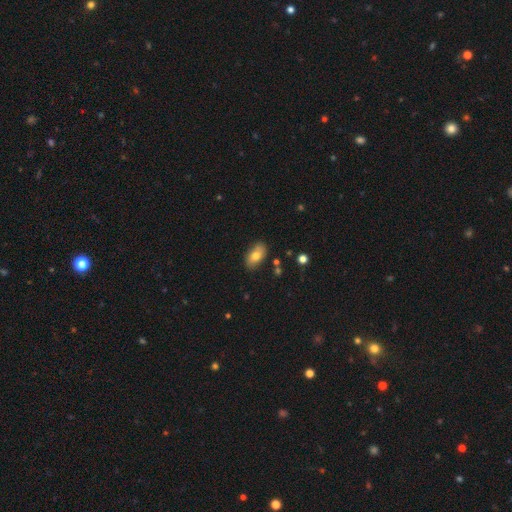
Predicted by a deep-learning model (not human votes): This is likely a smooth galaxy (75%). How rounded: clearly in between (91%). Merging: clearly none (81%).